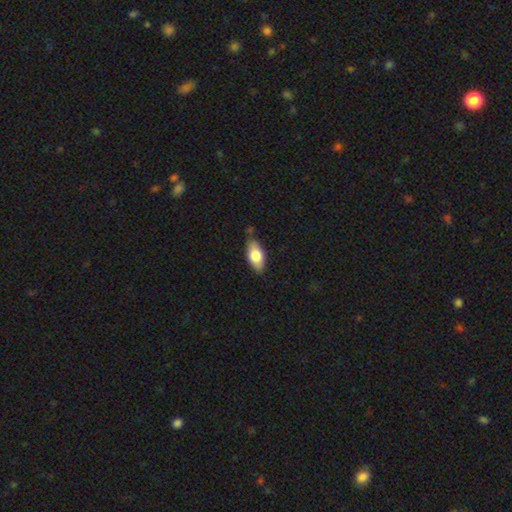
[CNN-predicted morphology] Smooth or featured: smooth — 75% (featured or disk — 19%)
How rounded: in between — 90% (cigar-shaped — 7%)
Merging: none — 76% (minor disturbance — 18%)